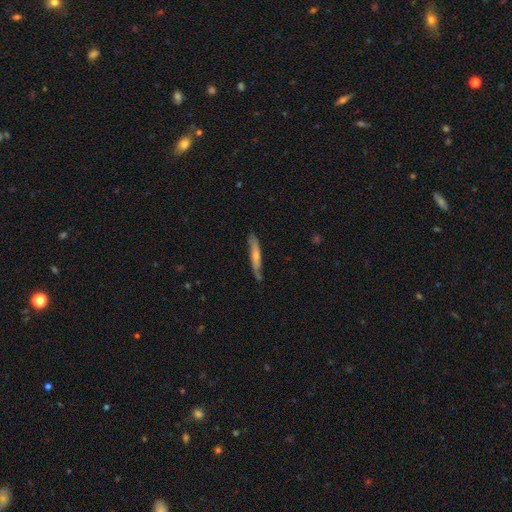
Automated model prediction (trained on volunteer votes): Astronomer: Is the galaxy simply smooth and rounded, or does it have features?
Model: featured or disk — 53% (runner-up: smooth, 41%).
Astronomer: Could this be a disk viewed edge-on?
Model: yes — 80%.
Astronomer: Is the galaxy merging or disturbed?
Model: none — 78%.